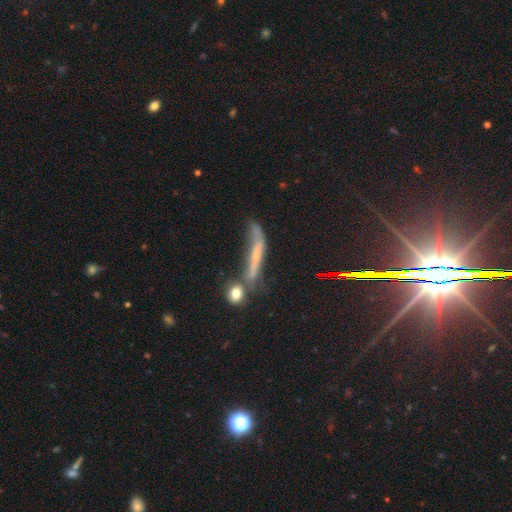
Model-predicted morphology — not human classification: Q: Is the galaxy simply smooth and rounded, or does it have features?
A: featured or disk — 46%.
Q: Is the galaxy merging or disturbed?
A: none — 33%.